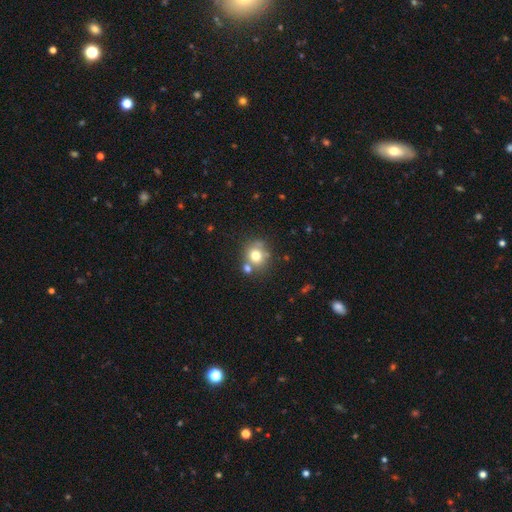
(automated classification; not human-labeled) Q: Smooth or featured?
A: smooth (74%); runner-up: featured or disk (14%)
Q: How rounded?
A: round (76%); runner-up: in between (23%)
Q: Merging?
A: none (62%); runner-up: merger (20%)